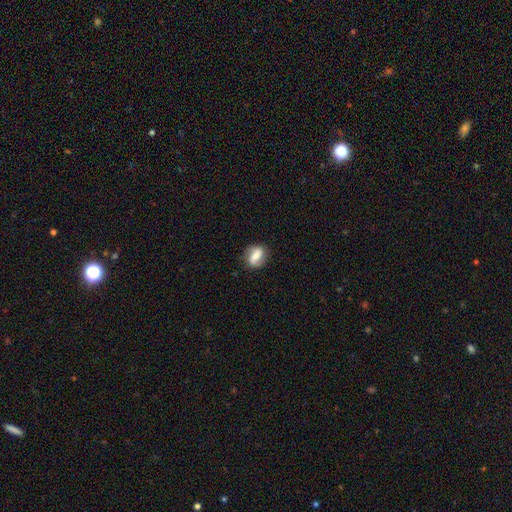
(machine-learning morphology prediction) Smooth or featured: featured or disk — 53% (smooth — 39%)
Edge-on disk: no — 95% (yes — 5%)
Bar: strong — 43% (weak — 34%)
Spiral arms: yes — 83% (no — 17%)
Bulge size: moderate — 42% (small — 30%)
Merging: none — 80% (minor disturbance — 14%)